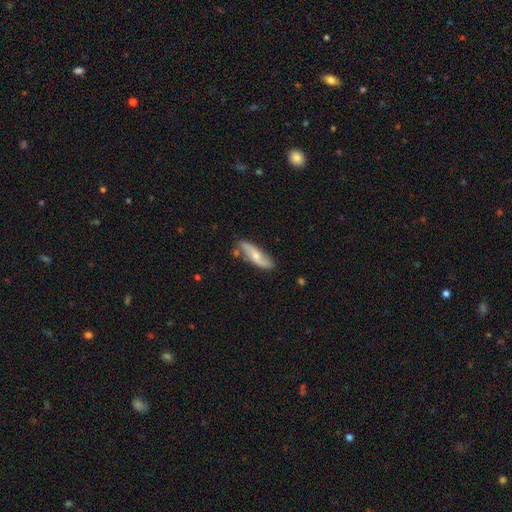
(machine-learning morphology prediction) A featured or disk galaxy (54%).

Vote fractions:
- Smooth or featured? featured or disk: 54% / smooth: 41% / star or artifact: 6%
- Edge-on disk? no: 76% / yes: 24%
- Merging? none: 75% / minor disturbance: 17% / merger: 4% / major disturbance: 3%